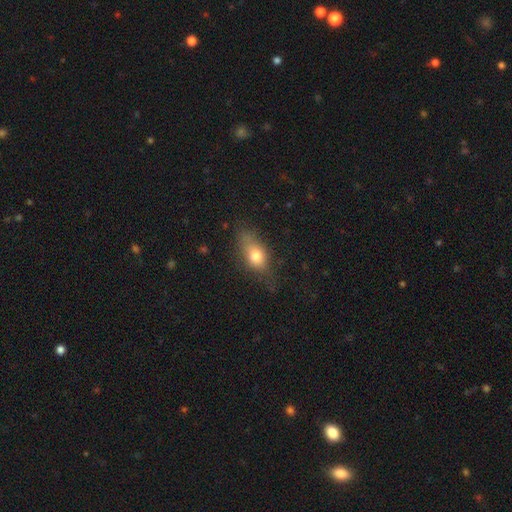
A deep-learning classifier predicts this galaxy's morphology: This is likely a smooth galaxy (72%). How rounded: likely in between (75%). Merging: possibly none (56%).